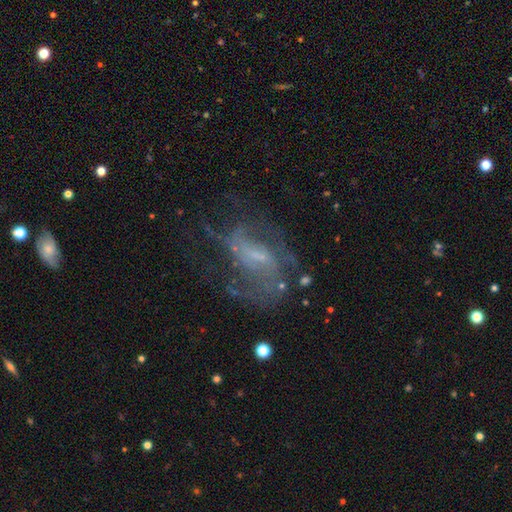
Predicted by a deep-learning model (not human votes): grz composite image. It shows a featured or disk galaxy (74%) with a weak bar (50%), medium (41%) spiral arms (75%) and a small central bulge (48%). Merging: none (48%).